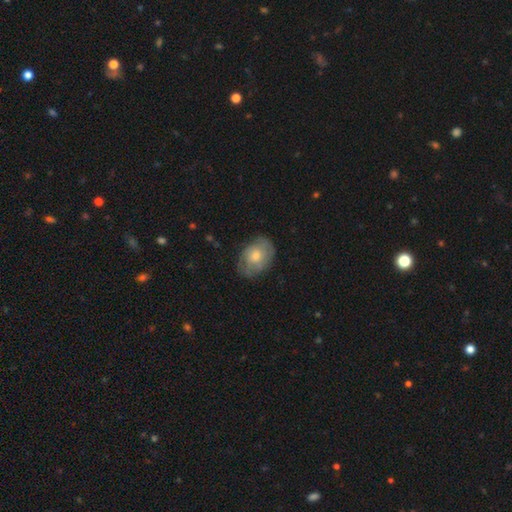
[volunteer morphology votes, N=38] This appears to be a featured or disk galaxy (53%) with no bar (89%), tight (50%) spiral arms (84%) and a moderate central bulge (68%). Merging: none (77%).